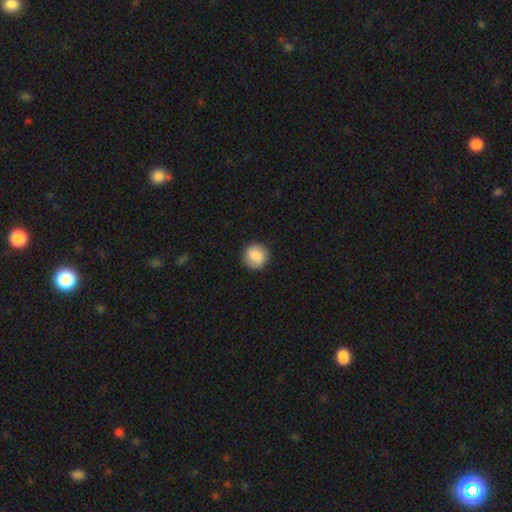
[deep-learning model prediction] Smooth or featured: smooth — 85% (featured or disk — 8%)
How rounded: round — 93% (in between — 6%)
Merging: none — 89% (minor disturbance — 8%)